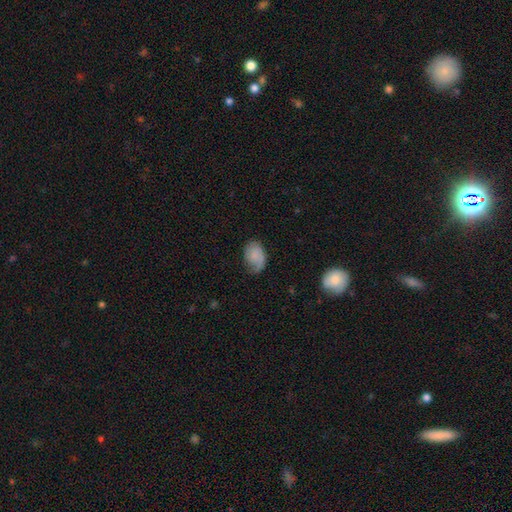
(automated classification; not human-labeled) This appears to be a smooth galaxy with no disk features (68%) that is in between round and cigar-shaped (81%). Merging: none (51%).